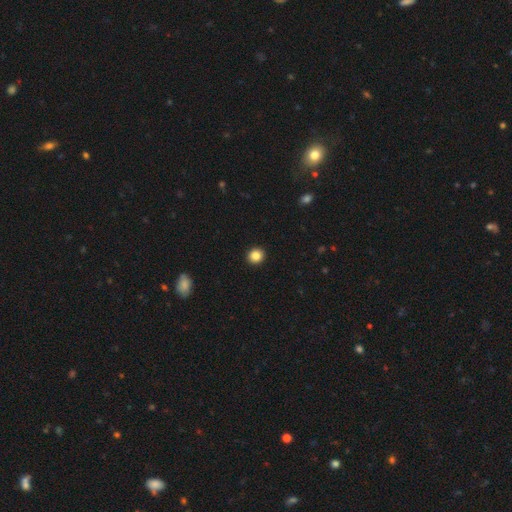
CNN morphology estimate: smooth 86%, star or artifact 10%, featured or disk 4%. Down the decision tree: how rounded — round (86%); merging — none (93%).